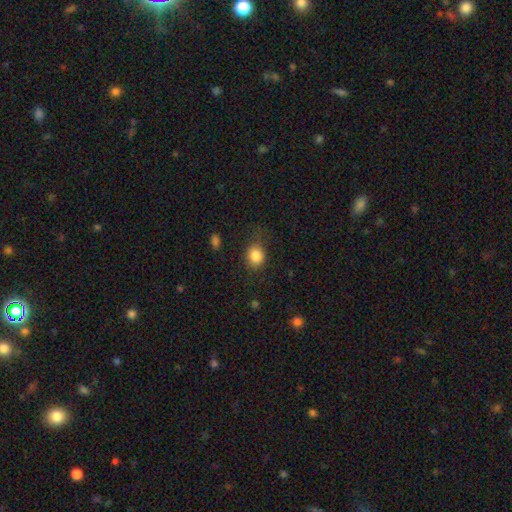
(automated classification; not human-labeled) Q: Smooth or featured?
A: smooth (84%); runner-up: star or artifact (10%)
Q: How rounded?
A: round (64%); runner-up: in between (35%)
Q: Merging?
A: none (65%); runner-up: minor disturbance (23%)